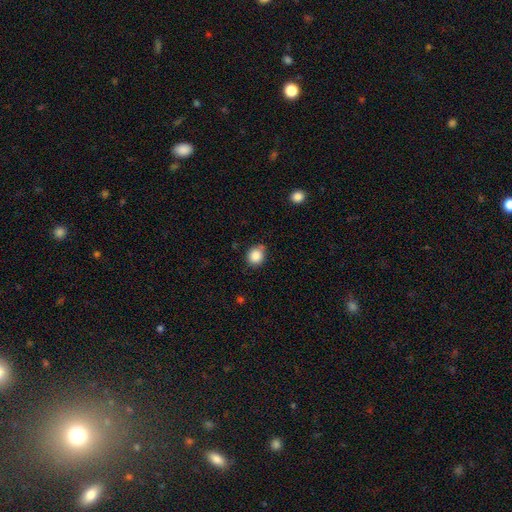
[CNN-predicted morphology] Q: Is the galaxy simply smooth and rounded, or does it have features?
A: smooth — 87%.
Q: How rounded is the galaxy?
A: round — 77%.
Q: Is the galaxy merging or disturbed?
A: none — 74%.